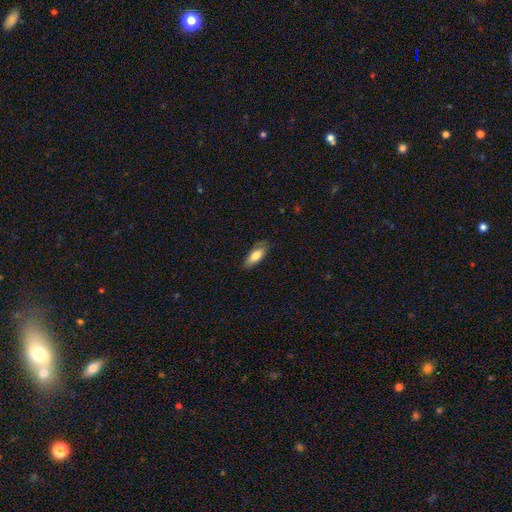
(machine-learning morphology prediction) Overall: smooth (77%). How rounded: in between (77%). Merging: none (75%).